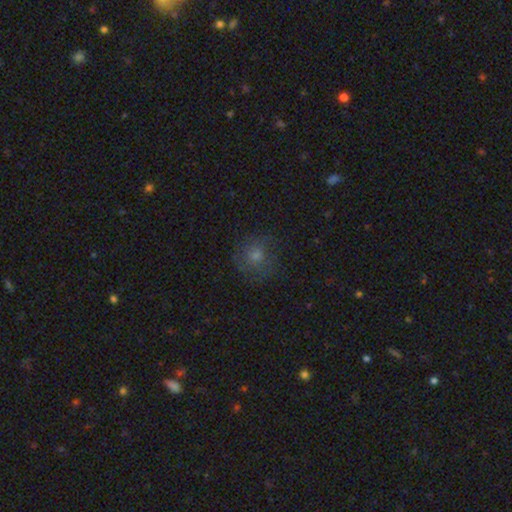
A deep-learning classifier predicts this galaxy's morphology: This is likely a smooth galaxy (63%). How rounded: clearly round (84%). Merging: likely none (68%).